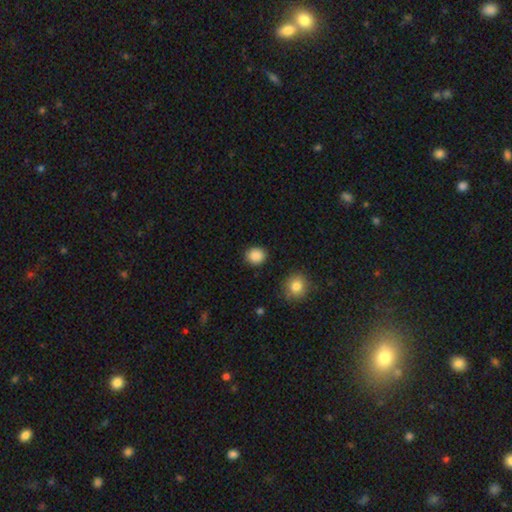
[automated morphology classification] Smooth or featured? smooth (88%)
How rounded? round (82%)
Merging? none (89%)